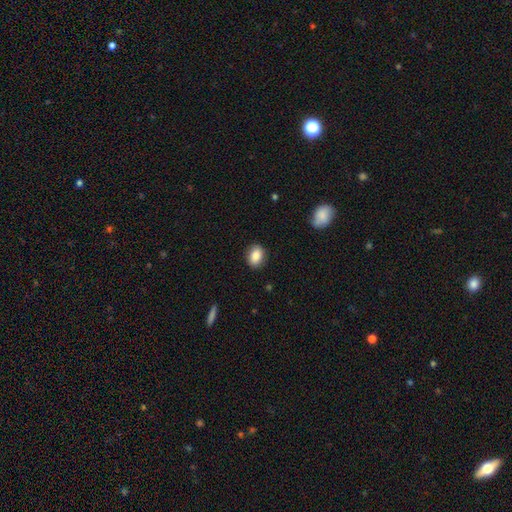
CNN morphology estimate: Smooth or featured? Predicted: smooth (p=0.86). How rounded? Predicted: in between (p=0.70). Merging? Predicted: none (p=0.88).